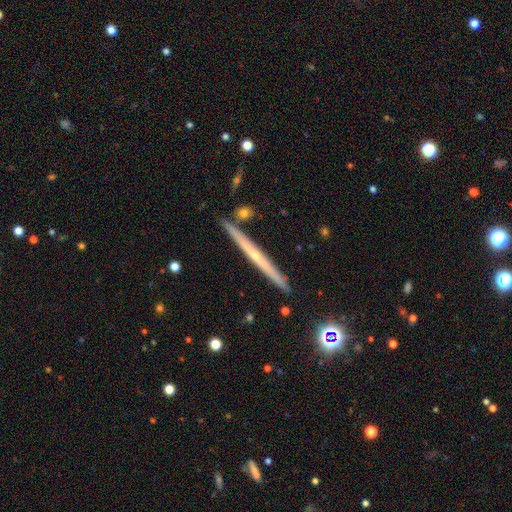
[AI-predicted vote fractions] Morphology: type=featured or disk (71%); edge-on=yes (98%); edge-on bulge=rounded (52%); merging=none (89%).